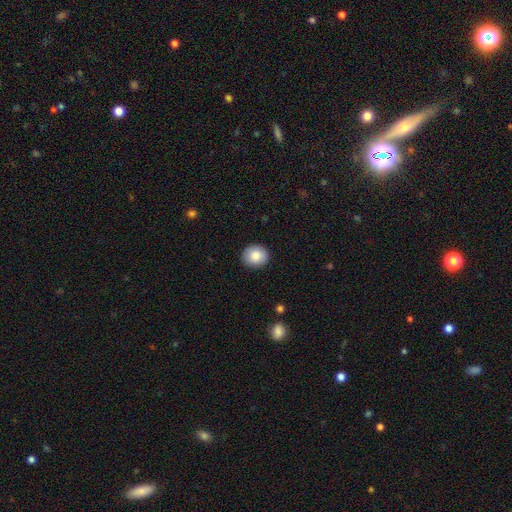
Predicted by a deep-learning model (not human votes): A smooth galaxy with no disk features (84%) that is round (80%).

Vote fractions:
- Smooth or featured? smooth: 84% / featured or disk: 8% / star or artifact: 8%
- How rounded? round: 80% / in between: 19% / cigar-shaped: 1%
- Merging? none: 91% / minor disturbance: 7% / major disturbance: 2% / merger: 1%